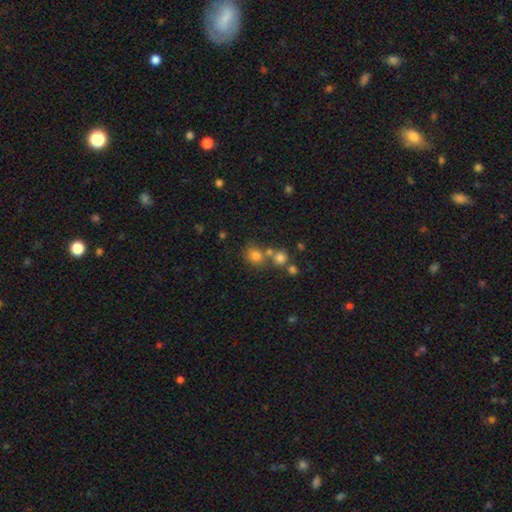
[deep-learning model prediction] Morphology: type=smooth (75%); roundness=round (78%); merging=none (58%).